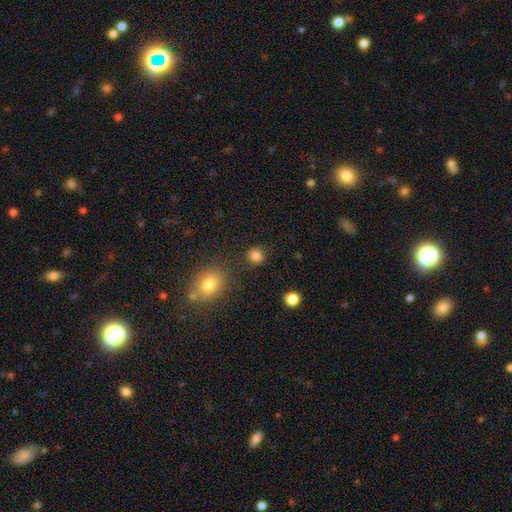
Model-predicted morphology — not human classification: Q: Smooth or featured?
A: smooth (83%); runner-up: star or artifact (12%)
Q: How rounded?
A: round (89%); runner-up: in between (10%)
Q: Merging?
A: none (87%); runner-up: minor disturbance (7%)